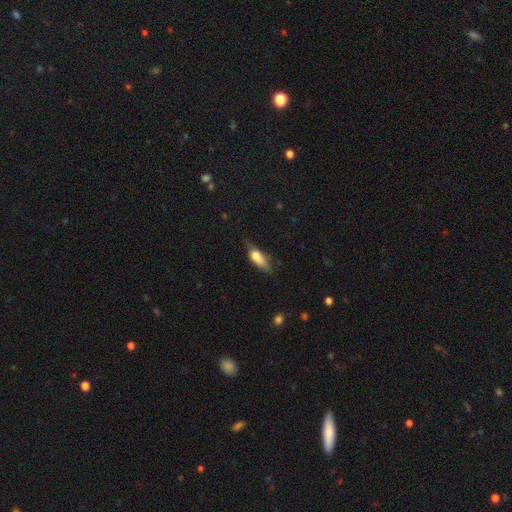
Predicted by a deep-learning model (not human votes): Q: Smooth or featured?
A: smooth (70%); runner-up: featured or disk (22%)
Q: How rounded?
A: in between (66%); runner-up: cigar-shaped (30%)
Q: Merging?
A: none (44%); runner-up: minor disturbance (35%)